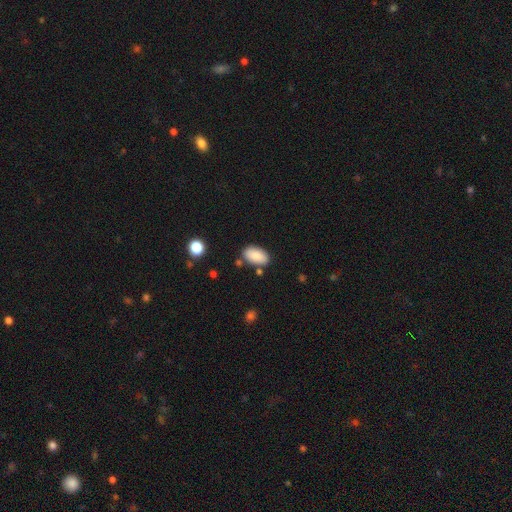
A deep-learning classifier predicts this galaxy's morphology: This is clearly a smooth galaxy (86%). How rounded: clearly in between (95%). Merging: likely none (79%).